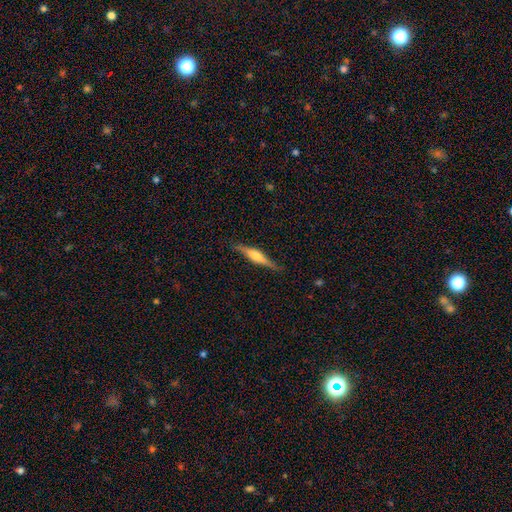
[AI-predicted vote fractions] smooth-or-featured: featured or disk: 64% | smooth: 30% | star or artifact: 6%
  disk-edge-on: yes: 97% | no: 3%
    edge-on-bulge: rounded: 76% | boxy: 17% | none: 7%
  merging: none: 87% | minor disturbance: 10% | major disturbance: 2% | merger: 1%